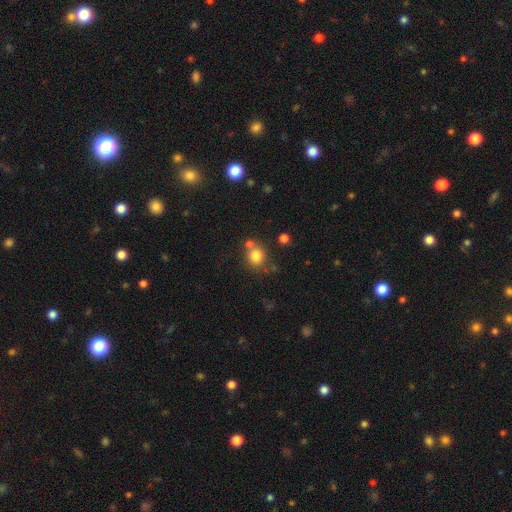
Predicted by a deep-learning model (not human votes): smooth-or-featured: smooth: 79% | star or artifact: 12% | featured or disk: 8%
  how-rounded: round: 85% | in between: 14% | cigar-shaped: 1%
  merging: none: 65% | merger: 21% | minor disturbance: 11% | major disturbance: 4%